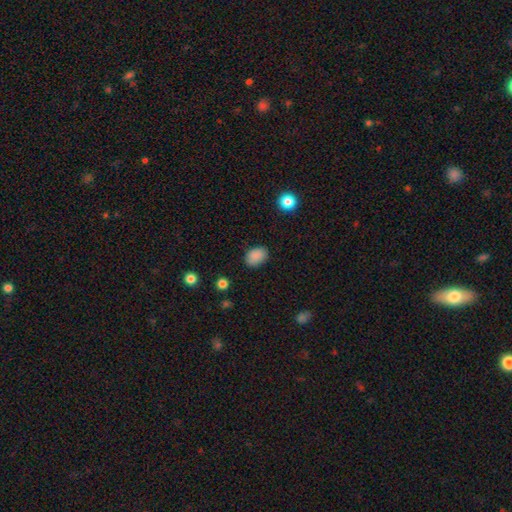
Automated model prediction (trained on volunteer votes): Smooth or featured? smooth (88%)
How rounded? in between (81%)
Merging? none (85%)